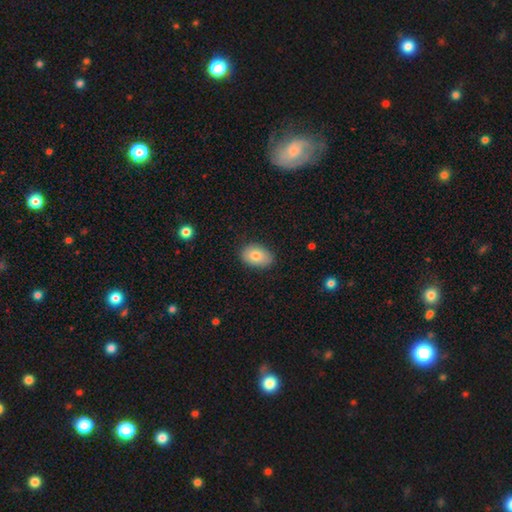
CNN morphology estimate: This is likely a smooth galaxy (80%). How rounded: clearly in between (86%). Merging: clearly none (85%).